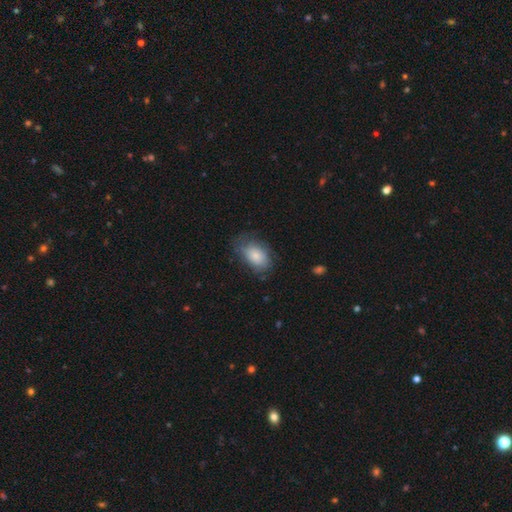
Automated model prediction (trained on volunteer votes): The model was most divided on "merging": none: 60%, minor disturbance: 27%, major disturbance: 12%, merger: 1%. More confident: how rounded — in between (86%); smooth or featured — smooth (74%).